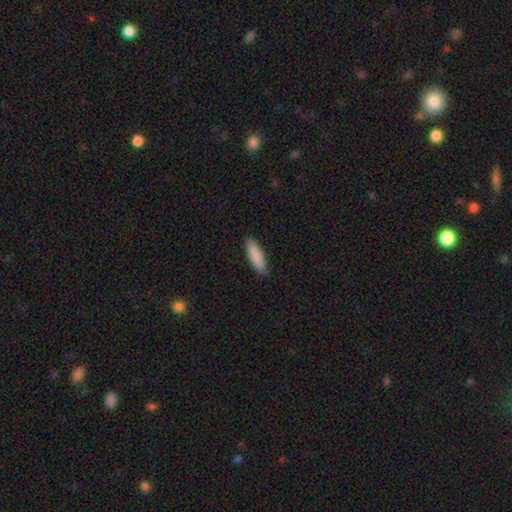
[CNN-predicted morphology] Smooth or featured?
  - smooth: 88% *
  - featured or disk: 7%
  - star or artifact: 5%
How rounded?
  - cigar-shaped: 63% *
  - in between: 35%
  - round: 1%
Merging?
  - none: 87% *
  - minor disturbance: 11%
  - major disturbance: 2%
  - merger: 1%